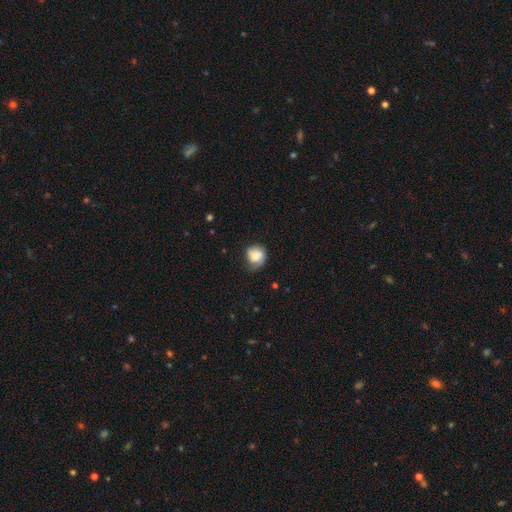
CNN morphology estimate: The model was most divided on "merging": none: 56%, minor disturbance: 32%, major disturbance: 11%, merger: 2%. More confident: how rounded — round (77%); smooth or featured — smooth (65%).